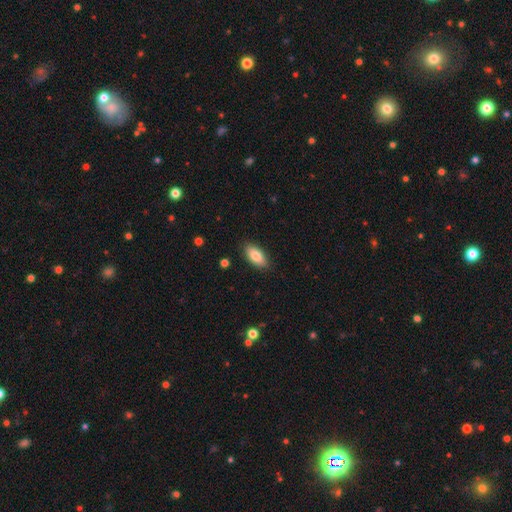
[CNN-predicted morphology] Overall: smooth (83%). How rounded: in between (90%). Merging: none (87%).